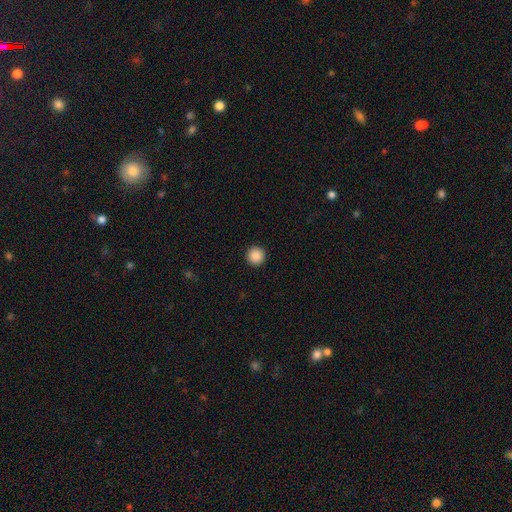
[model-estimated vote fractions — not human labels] Morphology: type=smooth (88%); roundness=round (96%); merging=none (93%).